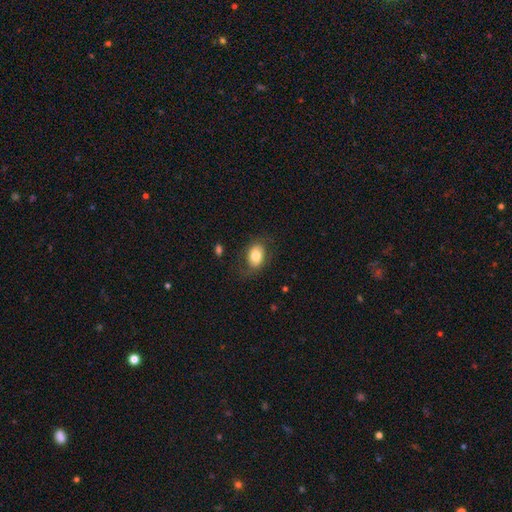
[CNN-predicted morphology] The model was most divided on "merging": none: 69%, minor disturbance: 19%, major disturbance: 10%, merger: 2%. More confident: how rounded — in between (76%); smooth or featured — smooth (73%).